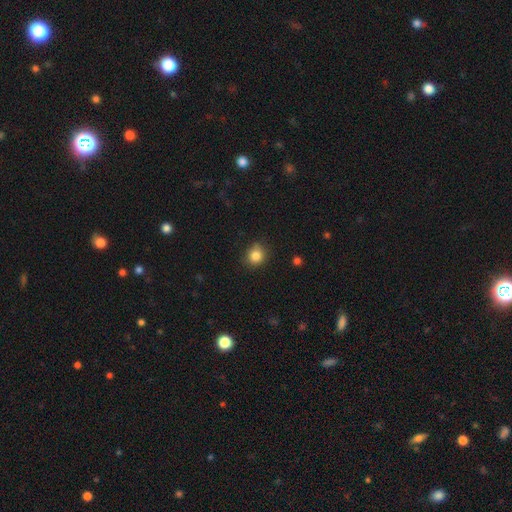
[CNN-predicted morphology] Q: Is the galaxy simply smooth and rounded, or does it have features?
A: smooth — 84%.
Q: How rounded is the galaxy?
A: round — 79%.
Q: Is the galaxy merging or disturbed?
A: none — 81%.